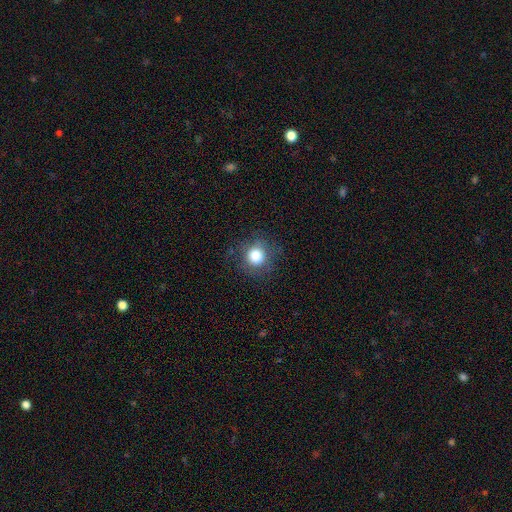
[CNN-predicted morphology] Q: Smooth or featured?
A: smooth (82%); runner-up: star or artifact (11%)
Q: How rounded?
A: round (91%); runner-up: in between (8%)
Q: Merging?
A: none (83%); runner-up: minor disturbance (12%)